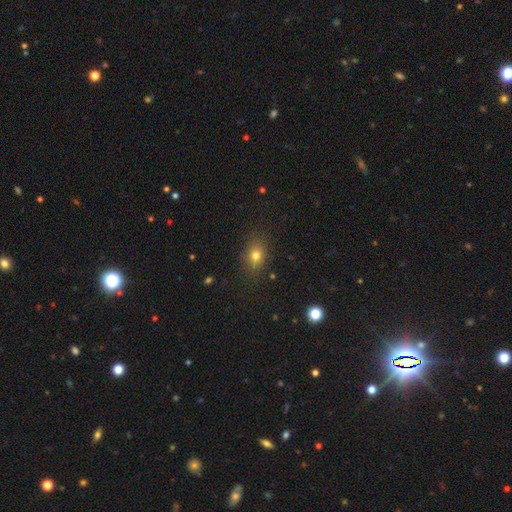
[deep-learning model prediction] A smooth galaxy with no disk features (76%) that is in between round and cigar-shaped (65%). Merging: none (84%).